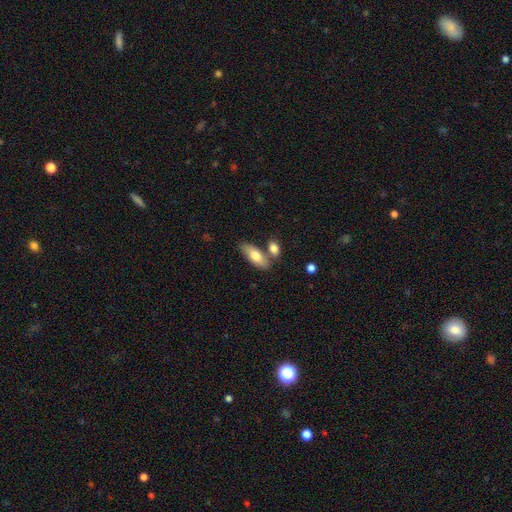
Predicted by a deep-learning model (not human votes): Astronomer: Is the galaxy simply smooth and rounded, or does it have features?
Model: smooth — 75%.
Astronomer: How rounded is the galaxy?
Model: in between — 79%.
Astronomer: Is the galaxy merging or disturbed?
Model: none — 57%.